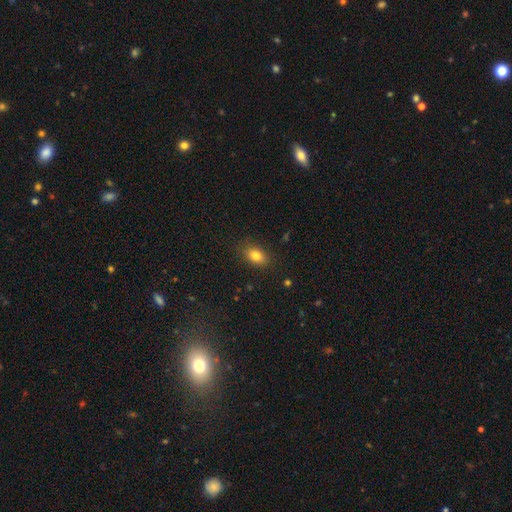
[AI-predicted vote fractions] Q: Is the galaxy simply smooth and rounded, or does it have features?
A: smooth — 83%.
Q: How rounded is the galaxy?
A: in between — 80%.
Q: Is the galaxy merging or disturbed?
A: none — 85%.